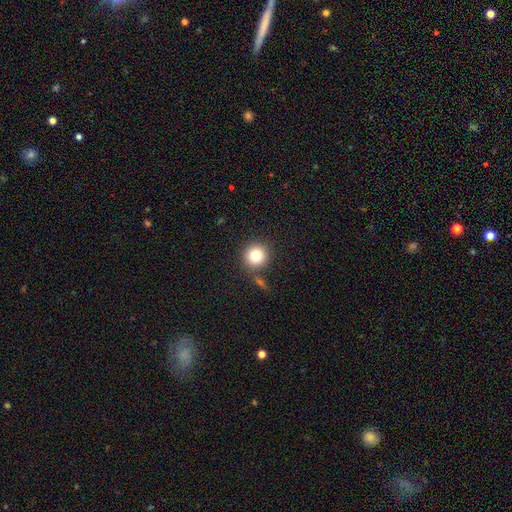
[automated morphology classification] smooth 80%, star or artifact 11%, featured or disk 9%. Down the decision tree: how rounded — round (94%); merging — none (79%).